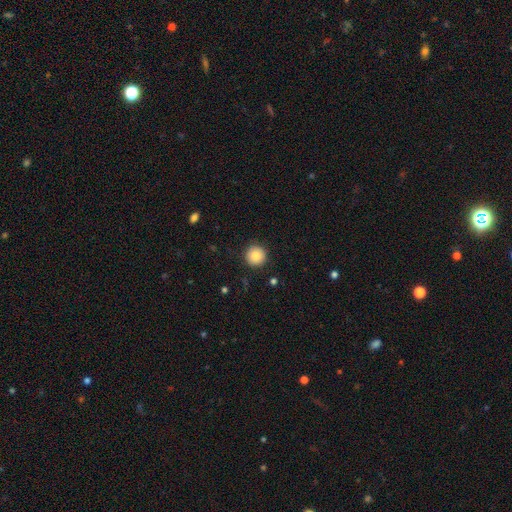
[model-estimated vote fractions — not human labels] smooth-or-featured: smooth: 86% | star or artifact: 9% | featured or disk: 5%
  how-rounded: round: 96% | in between: 3% | cigar-shaped: 1%
  merging: none: 91% | minor disturbance: 6% | major disturbance: 2% | merger: 1%